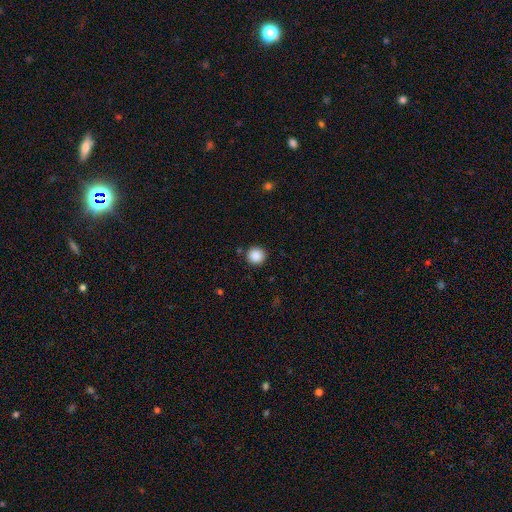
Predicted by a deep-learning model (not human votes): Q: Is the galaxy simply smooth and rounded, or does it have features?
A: smooth — 88%.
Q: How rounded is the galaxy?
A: round — 95%.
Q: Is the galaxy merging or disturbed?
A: none — 90%.